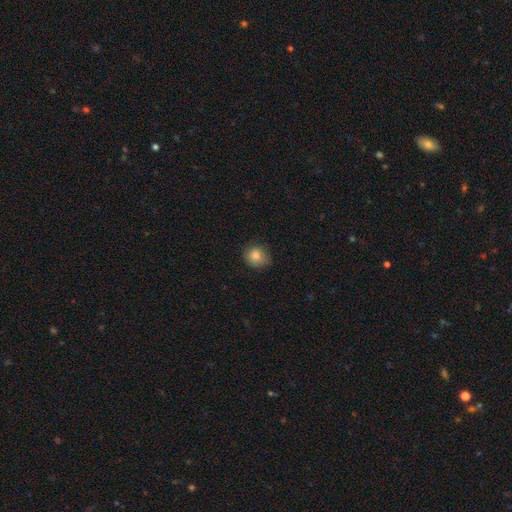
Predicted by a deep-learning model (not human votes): The model was most divided on "merging": none: 64%, minor disturbance: 29%, major disturbance: 6%, merger: 1%. More confident: smooth or featured — smooth (83%); how rounded — round (77%).